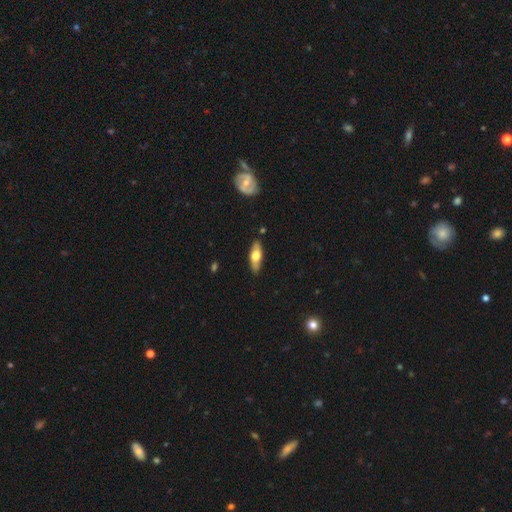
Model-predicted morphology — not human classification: Smooth or featured: smooth — 55% (featured or disk — 40%)
How rounded: in between — 62% (cigar-shaped — 35%)
Merging: none — 84% (minor disturbance — 12%)